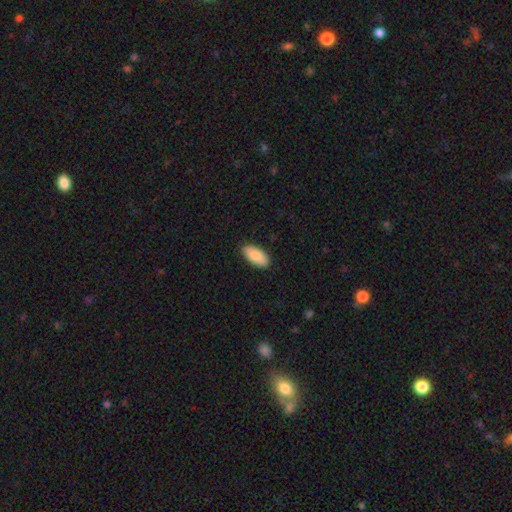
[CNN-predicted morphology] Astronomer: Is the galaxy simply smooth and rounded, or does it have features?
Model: smooth — 88%.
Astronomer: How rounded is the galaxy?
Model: in between — 92%.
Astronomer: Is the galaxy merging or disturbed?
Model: none — 89%.